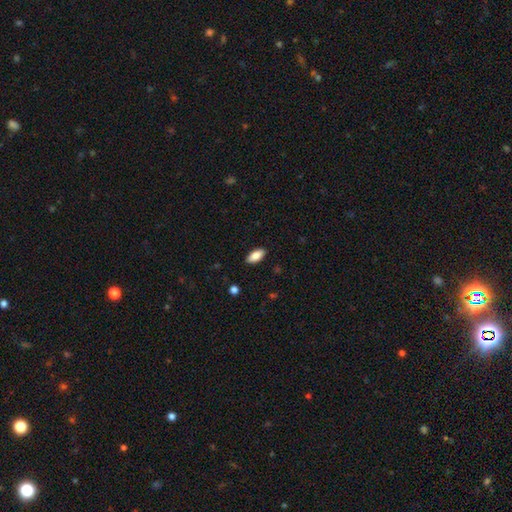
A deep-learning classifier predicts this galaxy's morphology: The model was most divided on "smooth or featured": smooth: 87%, star or artifact: 7%, featured or disk: 6%. More confident: how rounded — in between (91%); merging — none (89%).